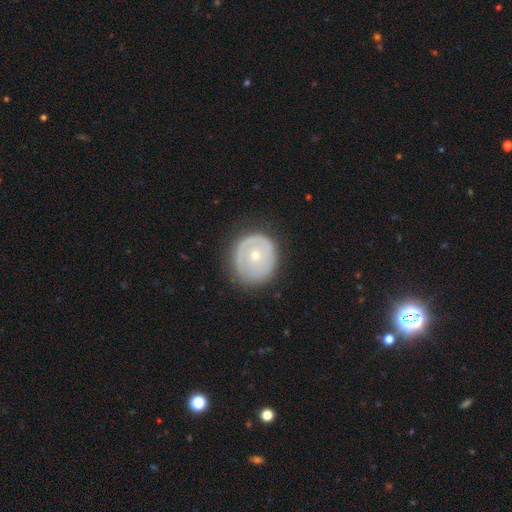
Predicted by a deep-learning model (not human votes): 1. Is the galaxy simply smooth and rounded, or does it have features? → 52% featured or disk, 42% smooth, 6% star or artifact.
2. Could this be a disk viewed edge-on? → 96% no, 4% yes.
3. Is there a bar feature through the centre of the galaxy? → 88% no, 10% weak, 2% strong.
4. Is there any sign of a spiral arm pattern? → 67% no, 33% yes.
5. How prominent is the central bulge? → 50% small, 46% moderate, 2% large, 1% none, 1% dominant.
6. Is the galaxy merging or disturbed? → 72% none, 19% minor disturbance, 7% major disturbance, 1% merger.